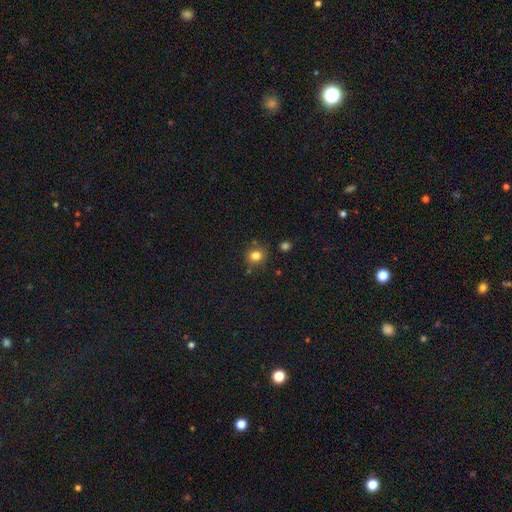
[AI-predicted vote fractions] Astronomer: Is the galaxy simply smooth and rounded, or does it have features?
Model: smooth — 82%.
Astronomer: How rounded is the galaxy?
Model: round — 78%.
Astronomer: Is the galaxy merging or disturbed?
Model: none — 79%.